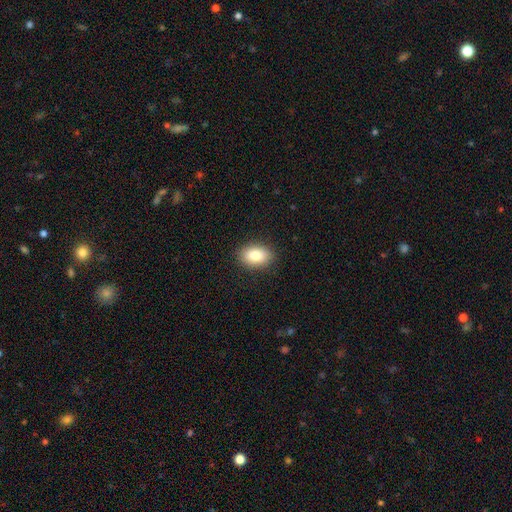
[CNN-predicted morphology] Smooth or featured? smooth (84%)
How rounded? in between (84%)
Merging? none (89%)